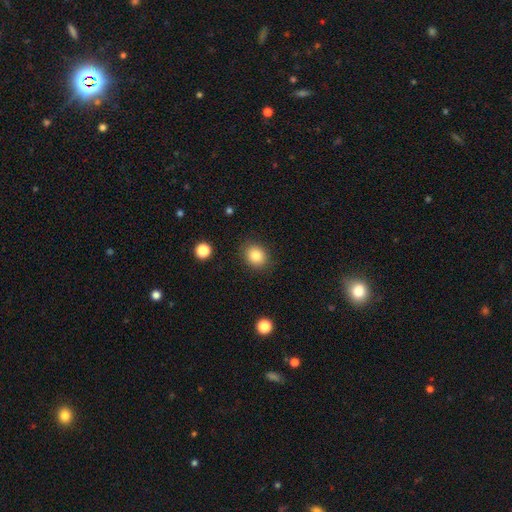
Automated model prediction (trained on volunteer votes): Morphology: type=smooth (84%); roundness=round (65%); merging=none (87%).